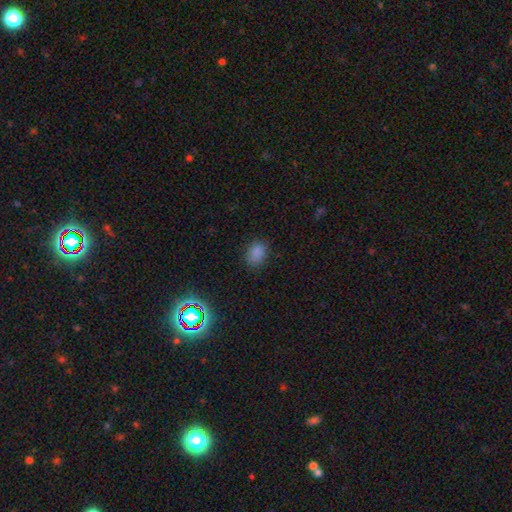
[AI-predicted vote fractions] Q: Smooth or featured?
A: smooth (73%); runner-up: star or artifact (22%)
Q: How rounded?
A: in between (66%); runner-up: round (33%)
Q: Merging?
A: none (83%); runner-up: minor disturbance (12%)